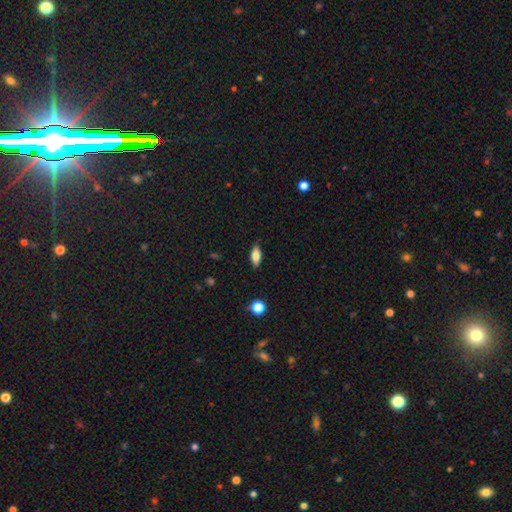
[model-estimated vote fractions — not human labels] Morphology: type=smooth (76%); roundness=in between (79%); merging=none (85%).